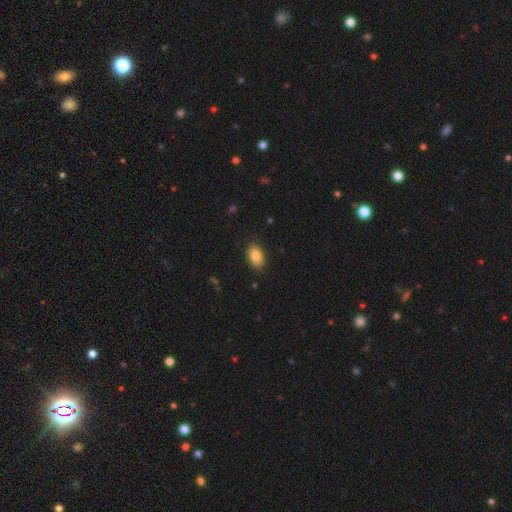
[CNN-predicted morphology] A smooth galaxy with no disk features (85%) that is in between round and cigar-shaped (90%). Merging: none (87%).